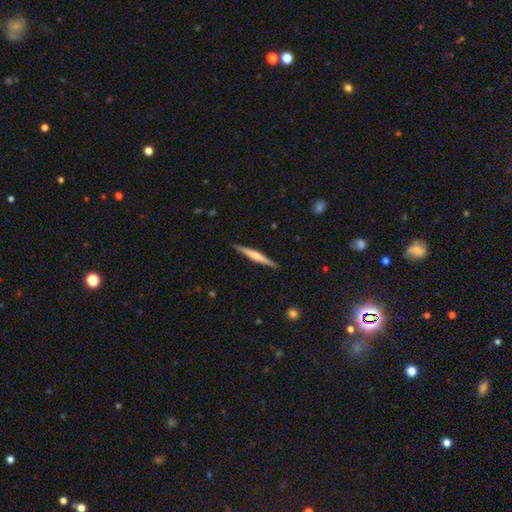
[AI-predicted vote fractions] Smooth or featured?
  - featured or disk: 53% *
  - smooth: 42%
  - star or artifact: 5%
Edge-on disk?
  - yes: 98% *
  - no: 2%
Edge-on bulge?
  - rounded: 50% *
  - none: 32%
  - boxy: 18%
Merging?
  - none: 90% *
  - minor disturbance: 7%
  - major disturbance: 1%
  - merger: 1%